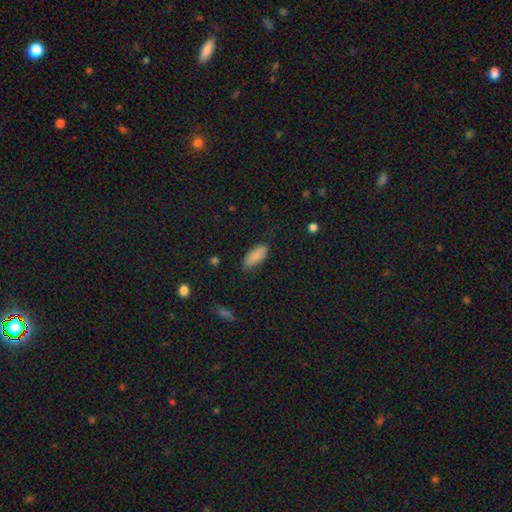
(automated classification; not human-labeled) smooth-or-featured: smooth: 85% | star or artifact: 7% | featured or disk: 7%
  how-rounded: in between: 86% | cigar-shaped: 12% | round: 2%
  merging: none: 75% | minor disturbance: 19% | major disturbance: 4% | merger: 2%